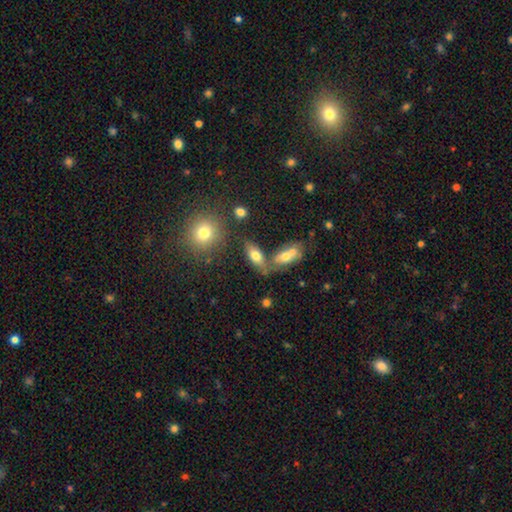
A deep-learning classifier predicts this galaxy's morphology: This is likely a smooth galaxy (71%). How rounded: clearly in between (81%). Merging: possibly none (58%).